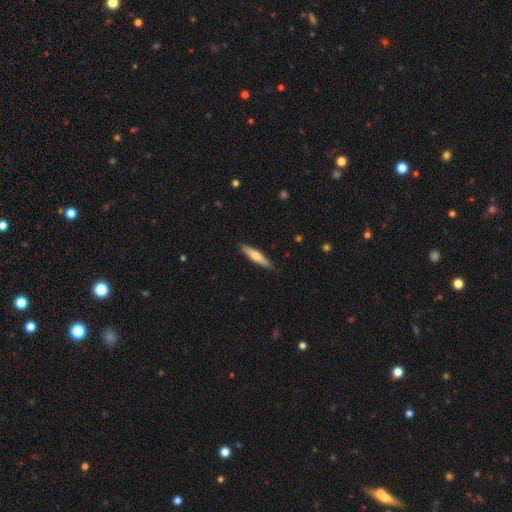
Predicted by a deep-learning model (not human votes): Q: Smooth or featured?
A: smooth (59%); runner-up: featured or disk (36%)
Q: How rounded?
A: cigar-shaped (85%); runner-up: in between (13%)
Q: Merging?
A: none (88%); runner-up: minor disturbance (9%)